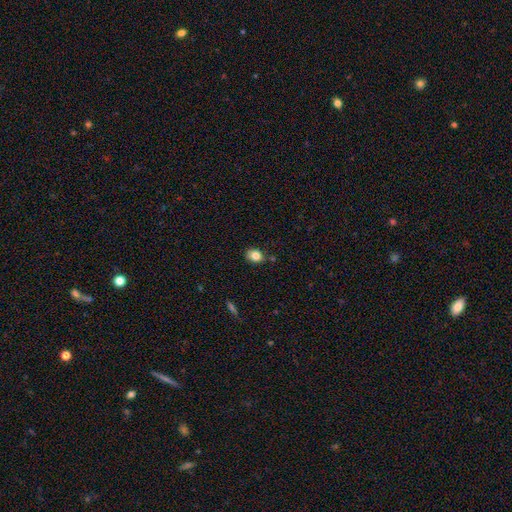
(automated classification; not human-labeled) This is clearly a smooth galaxy (83%). How rounded: possibly in between (54%). Merging: likely none (79%).